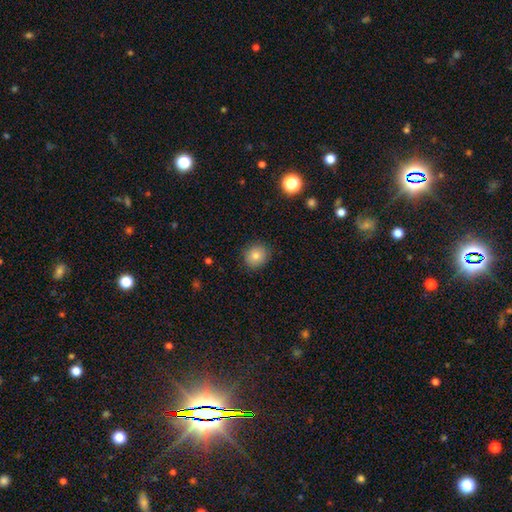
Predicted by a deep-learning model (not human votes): smooth_or_featured: smooth (p=0.80) [alt: star or artifact p=0.11]
how_rounded: round (p=0.85) [alt: in between p=0.14]
merging: none (p=0.88) [alt: minor disturbance p=0.09]